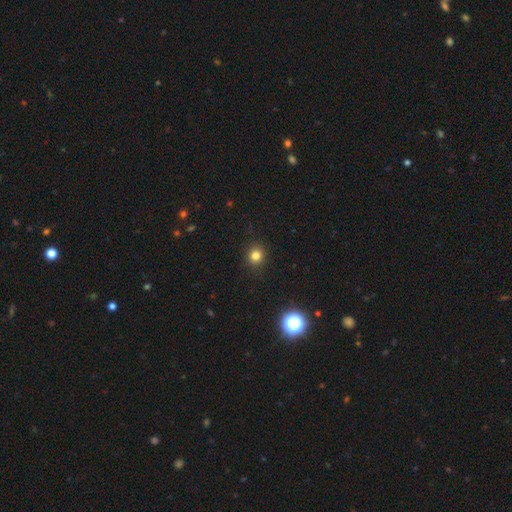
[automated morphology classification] This appears to be a smooth galaxy with no disk features (81%) that is round (89%). Merging: none (92%).